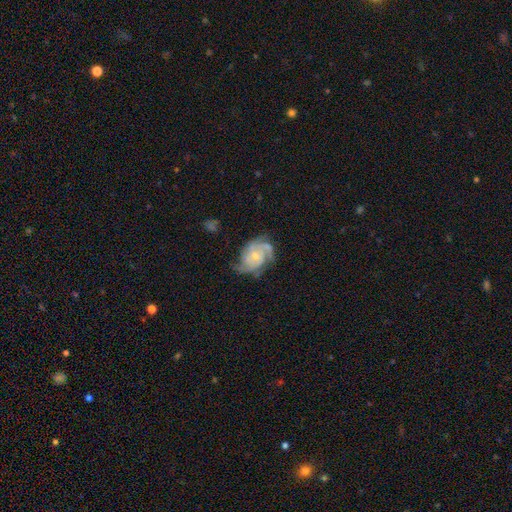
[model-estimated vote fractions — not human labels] smooth_or_featured: featured or disk (p=0.83) [alt: smooth p=0.11]
disk_edge_on: no (p=0.98) [alt: yes p=0.02]
bar: no (p=0.62) [alt: weak p=0.33]
has_spiral_arms: yes (p=0.95) [alt: no p=0.05]
spiral_winding: tight (p=0.45) [alt: medium p=0.42]
spiral_arm_count: 2 (p=0.41) [alt: 3 p=0.27]
bulge_size: small (p=0.62) [alt: moderate p=0.31]
merging: none (p=0.56) [alt: minor disturbance p=0.25]